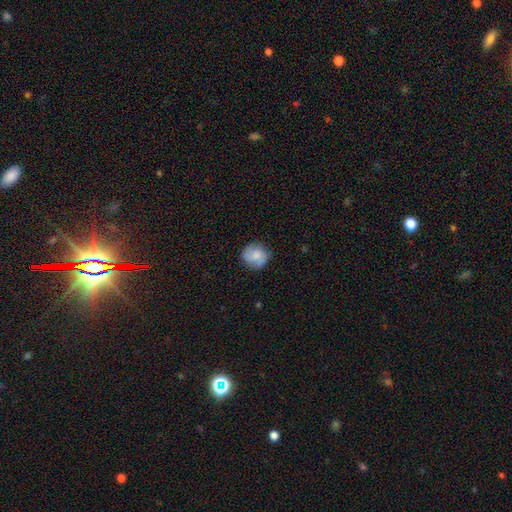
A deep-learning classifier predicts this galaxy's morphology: smooth_or_featured: smooth (p=0.69) [alt: featured or disk p=0.23]
how_rounded: round (p=0.88) [alt: in between p=0.11]
merging: none (p=0.75) [alt: minor disturbance p=0.18]